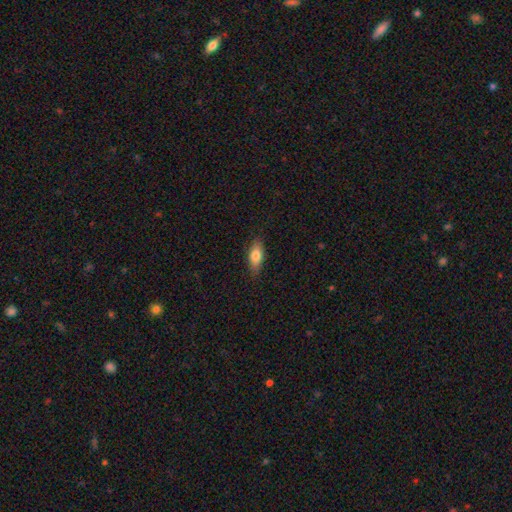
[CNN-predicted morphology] This is likely a smooth galaxy (78%). How rounded: likely in between (79%). Merging: clearly none (84%).